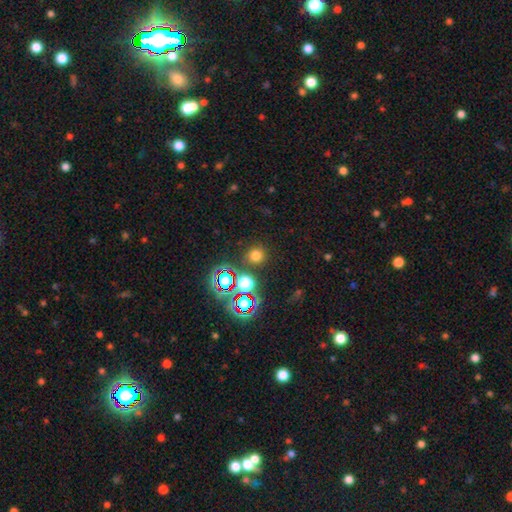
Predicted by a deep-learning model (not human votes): The model was most divided on "smooth or featured": smooth: 69%, star or artifact: 25%, featured or disk: 6%. More confident: how rounded — round (91%); merging — none (84%).